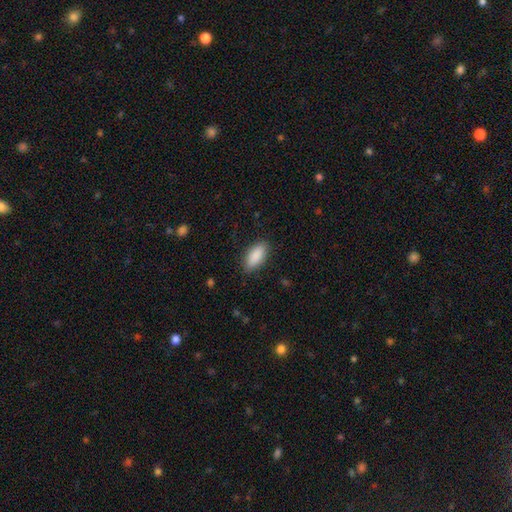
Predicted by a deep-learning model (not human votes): The model was most divided on "merging": none: 85%, minor disturbance: 11%, major disturbance: 3%, merger: 1%. More confident: smooth or featured — smooth (89%); how rounded — in between (86%).